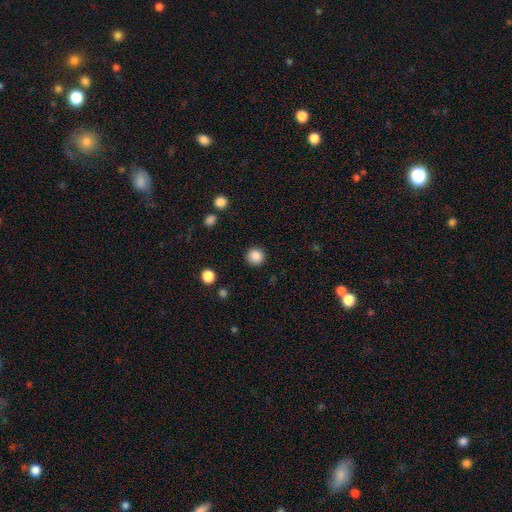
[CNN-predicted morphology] Smooth or featured? Predicted: smooth (p=0.86). How rounded? Predicted: round (p=0.94). Merging? Predicted: none (p=0.91).